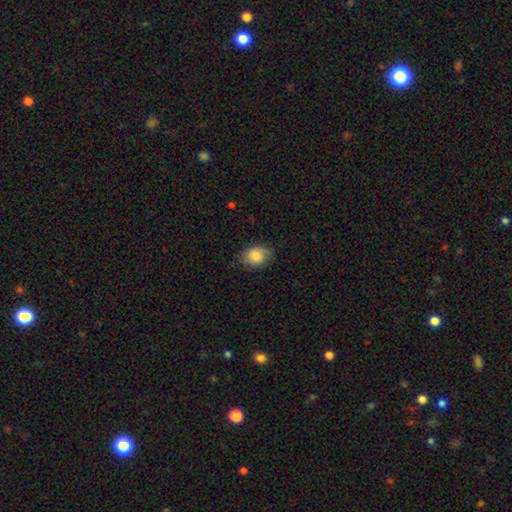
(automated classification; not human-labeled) This appears to be a smooth galaxy with no disk features (84%) that is in between round and cigar-shaped (66%). Merging: none (78%).